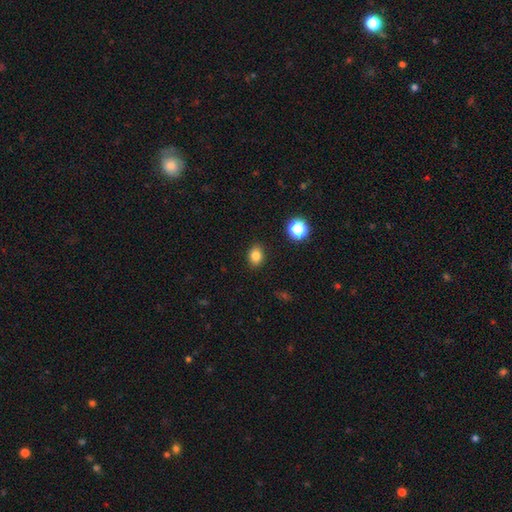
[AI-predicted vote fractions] smooth-or-featured: smooth: 82% | star or artifact: 12% | featured or disk: 6%
  how-rounded: in between: 61% | round: 38% | cigar-shaped: 1%
  merging: none: 89% | minor disturbance: 8% | major disturbance: 2% | merger: 1%